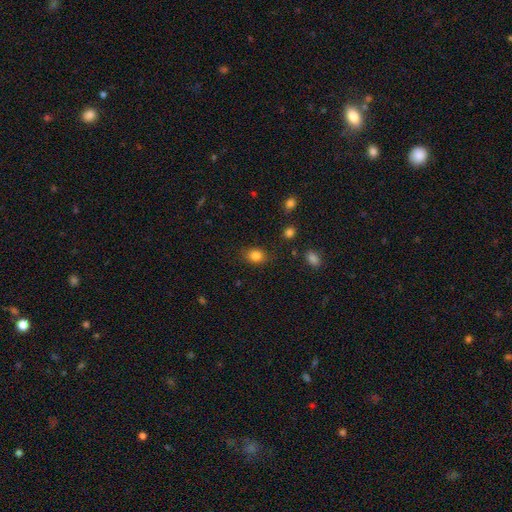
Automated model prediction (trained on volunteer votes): This is clearly a smooth galaxy (84%). How rounded: possibly in between (57%). Merging: clearly none (83%).